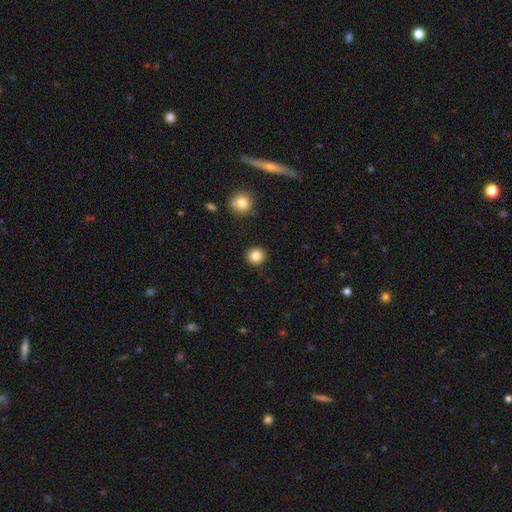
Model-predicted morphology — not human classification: smooth_or_featured: smooth (p=0.84) [alt: star or artifact p=0.11]
how_rounded: round (p=0.91) [alt: in between p=0.08]
merging: none (p=0.92) [alt: minor disturbance p=0.05]